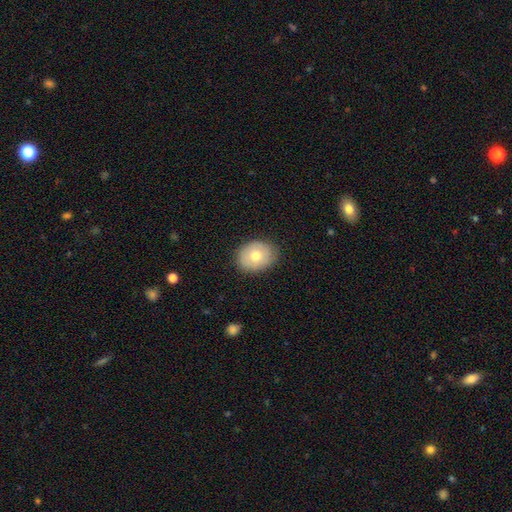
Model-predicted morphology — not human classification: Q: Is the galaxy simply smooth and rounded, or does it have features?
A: smooth — 71%.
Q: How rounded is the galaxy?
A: in between — 55%.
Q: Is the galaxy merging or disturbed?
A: none — 84%.